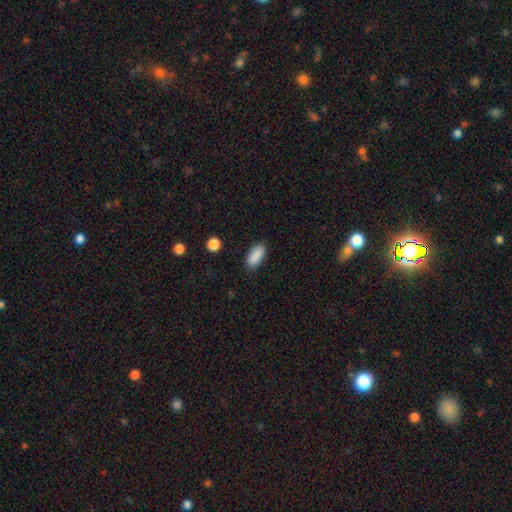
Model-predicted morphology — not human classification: A smooth galaxy with no disk features (89%) that is in between round and cigar-shaped (85%).

Vote fractions:
- Smooth or featured? smooth: 89% / star or artifact: 7% / featured or disk: 4%
- How rounded? in between: 85% / cigar-shaped: 13% / round: 2%
- Merging? none: 86% / minor disturbance: 10% / major disturbance: 2% / merger: 1%